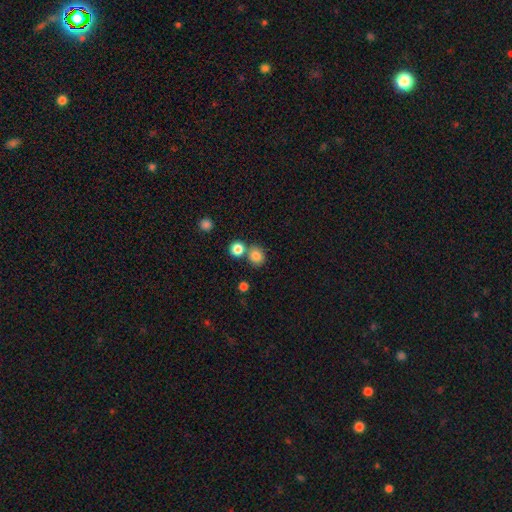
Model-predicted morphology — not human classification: smooth_or_featured: smooth (p=0.84) [alt: star or artifact p=0.11]
how_rounded: round (p=0.81) [alt: in between p=0.18]
merging: none (p=0.65) [alt: merger p=0.24]